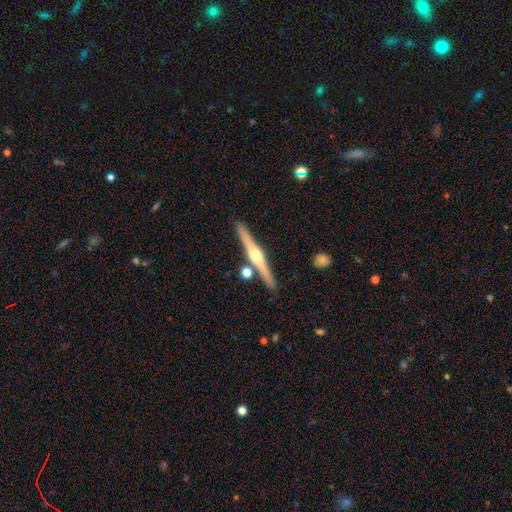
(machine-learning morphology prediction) Overall: featured or disk (77%). Edge-on disk: yes (98%). Edge-on bulge: rounded (94%). Merging: none (86%).